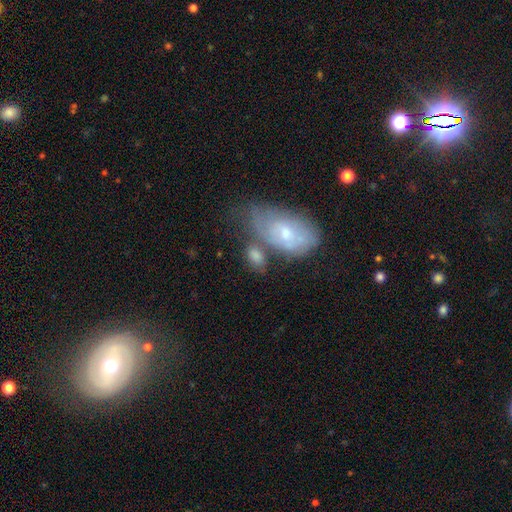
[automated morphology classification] Q: Smooth or featured?
A: smooth (67%); runner-up: featured or disk (25%)
Q: How rounded?
A: in between (88%); runner-up: round (8%)
Q: Merging?
A: none (41%); runner-up: merger (28%)